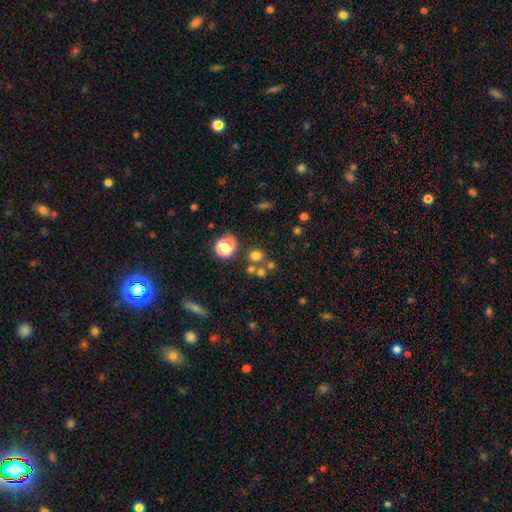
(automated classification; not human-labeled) smooth_or_featured: smooth (p=0.67) [alt: star or artifact p=0.23]
how_rounded: round (p=0.85) [alt: in between p=0.14]
merging: none (p=0.65) [alt: merger p=0.22]